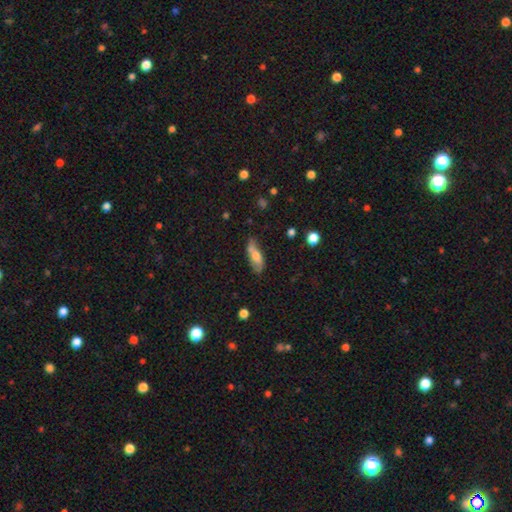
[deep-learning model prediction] Q: Smooth or featured?
A: smooth (61%); runner-up: featured or disk (31%)
Q: How rounded?
A: in between (68%); runner-up: cigar-shaped (29%)
Q: Merging?
A: none (53%); runner-up: minor disturbance (29%)